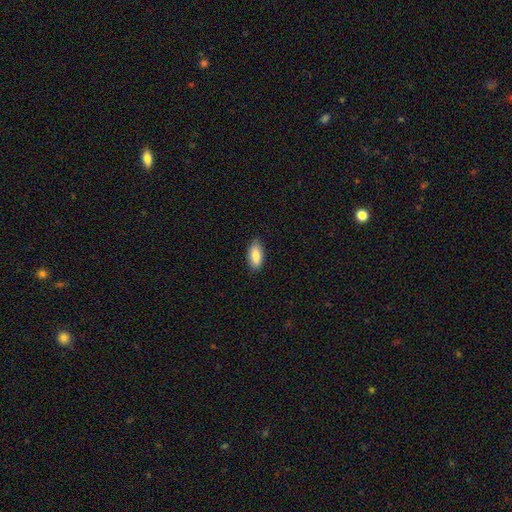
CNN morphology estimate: type=smooth (86%); roundness=in between (90%); merging=none (85%).